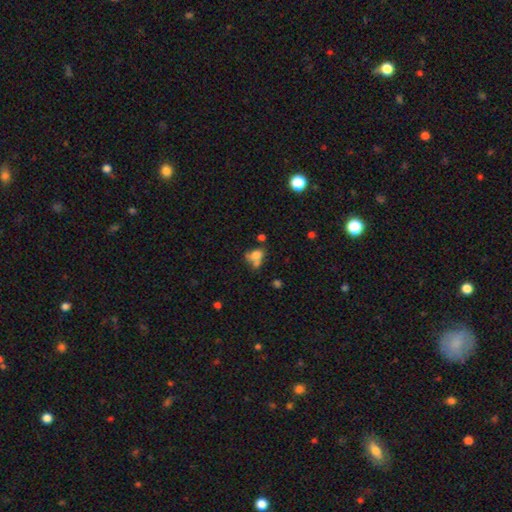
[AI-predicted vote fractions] A smooth galaxy with no disk features (69%) that is in between round and cigar-shaped (60%).

Vote fractions:
- Smooth or featured? smooth: 69% / featured or disk: 17% / star or artifact: 14%
- How rounded? in between: 60% / round: 37% / cigar-shaped: 2%
- Merging? merger: 41% / none: 32% / minor disturbance: 16% / major disturbance: 12%